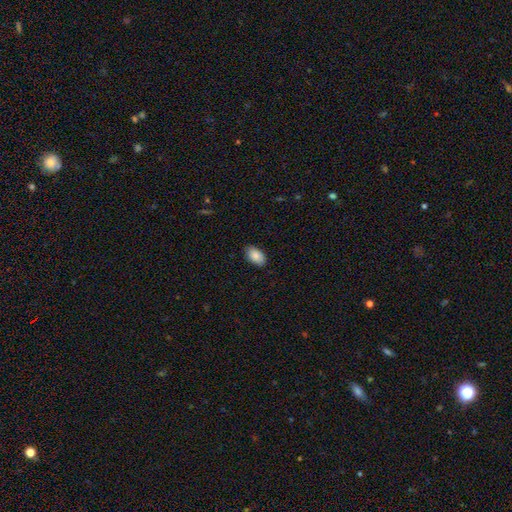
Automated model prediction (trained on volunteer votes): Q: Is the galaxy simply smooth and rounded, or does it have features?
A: smooth — 87%.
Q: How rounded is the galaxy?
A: in between — 94%.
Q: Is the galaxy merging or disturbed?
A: none — 85%.